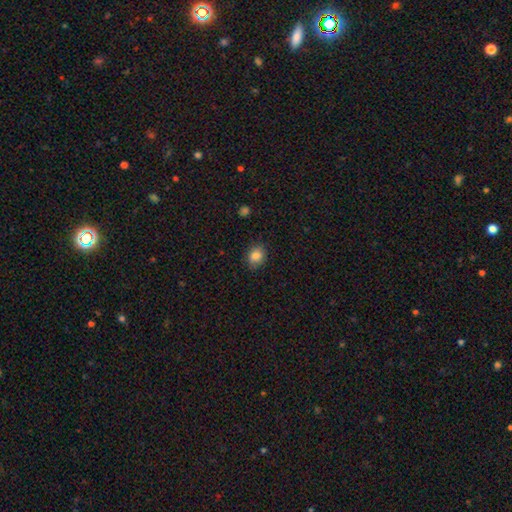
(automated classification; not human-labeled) Smooth or featured: smooth — 85% (star or artifact — 9%)
How rounded: round — 51% (in between — 48%)
Merging: none — 85% (minor disturbance — 11%)